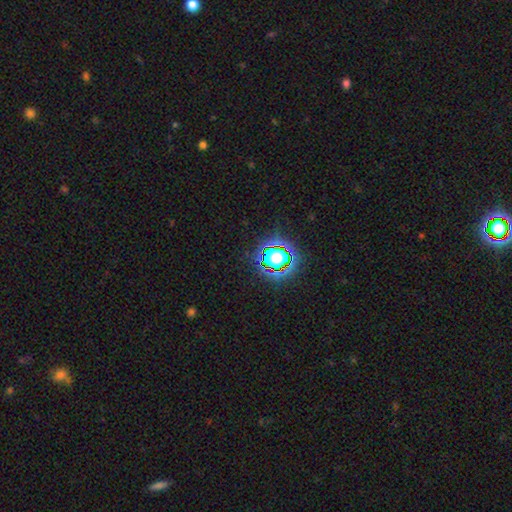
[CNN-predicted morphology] star or artifact 80%, smooth 13%, featured or disk 7%.